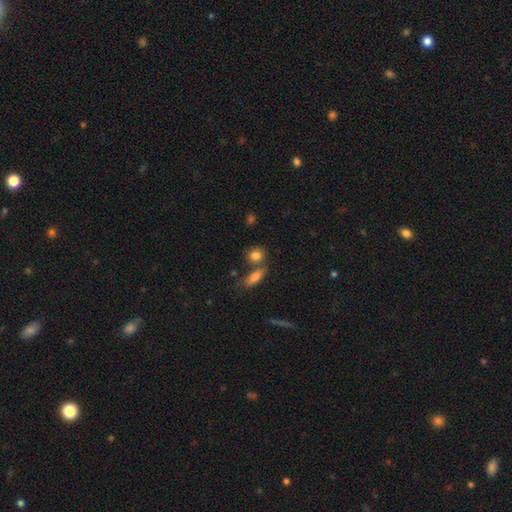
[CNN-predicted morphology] smooth-or-featured: smooth: 82% | featured or disk: 9% | star or artifact: 9%
  how-rounded: round: 60% | in between: 35% | cigar-shaped: 4%
  merging: none: 57% | merger: 28% | minor disturbance: 11% | major disturbance: 4%